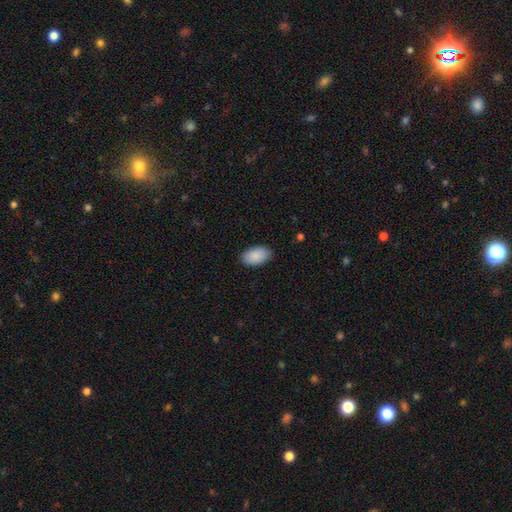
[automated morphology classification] Smooth or featured: smooth — 90% (star or artifact — 6%)
How rounded: in between — 94% (round — 5%)
Merging: none — 86% (minor disturbance — 11%)